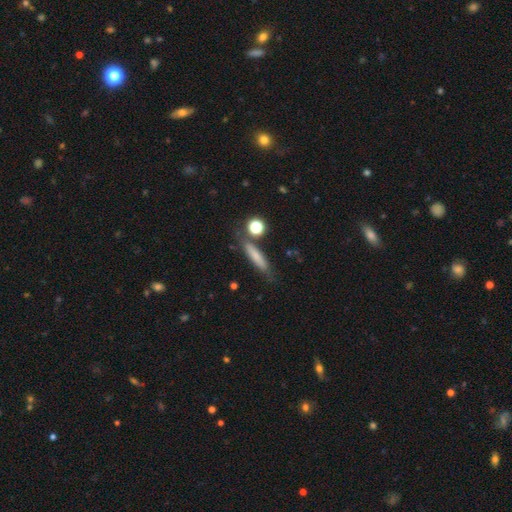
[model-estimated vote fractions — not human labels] The model was most divided on "smooth or featured": smooth: 70%, featured or disk: 21%, star or artifact: 9%. More confident: how rounded — cigar-shaped (81%); merging — none (73%).